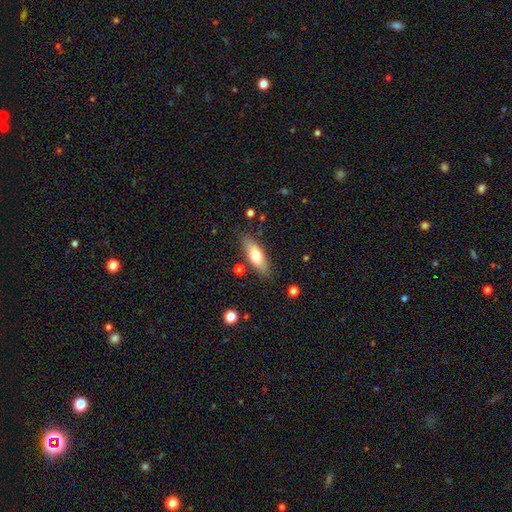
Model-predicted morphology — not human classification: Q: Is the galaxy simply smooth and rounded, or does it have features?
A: smooth — 68%.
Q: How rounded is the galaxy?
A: in between — 61%.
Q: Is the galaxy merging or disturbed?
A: none — 81%.